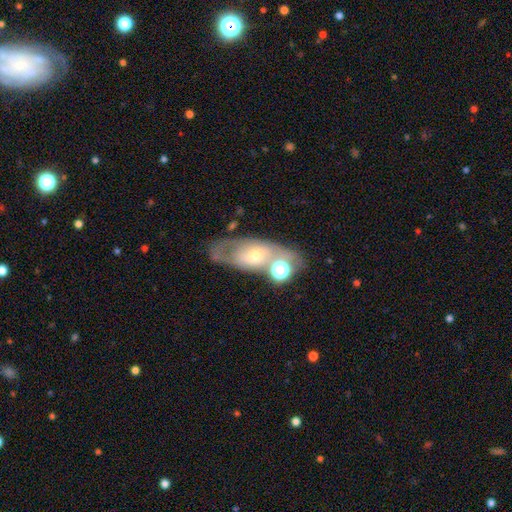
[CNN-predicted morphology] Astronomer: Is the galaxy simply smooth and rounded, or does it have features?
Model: featured or disk — 60%.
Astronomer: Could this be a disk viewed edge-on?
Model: no — 86%.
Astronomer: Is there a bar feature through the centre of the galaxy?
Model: no — 72%.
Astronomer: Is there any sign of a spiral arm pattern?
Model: no — 51% (runner-up: yes, 49%).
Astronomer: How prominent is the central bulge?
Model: small — 50% (runner-up: moderate, 42%).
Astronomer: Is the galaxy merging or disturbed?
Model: none — 49%.